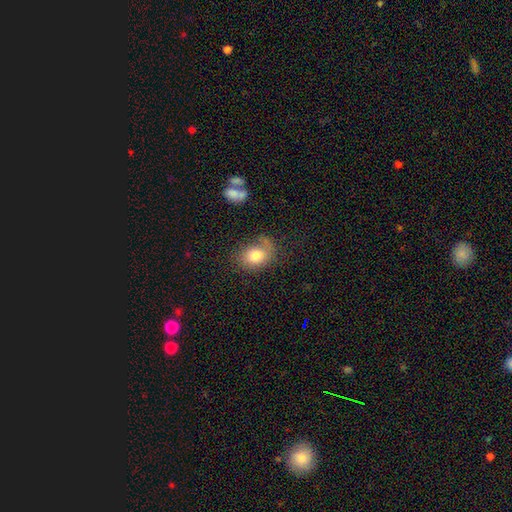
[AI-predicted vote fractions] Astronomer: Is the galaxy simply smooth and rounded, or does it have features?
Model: smooth — 74%.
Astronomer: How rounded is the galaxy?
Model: in between — 59% (runner-up: round, 40%).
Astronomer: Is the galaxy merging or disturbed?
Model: none — 52%.